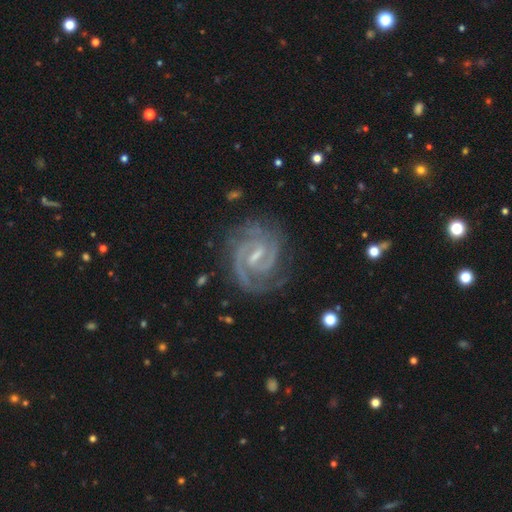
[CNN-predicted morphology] A featured or disk galaxy (92%) with a weak bar (53%), 2 (80%) tight (57%) spiral arms (99%) and a small central bulge (57%). Merging: none (77%).